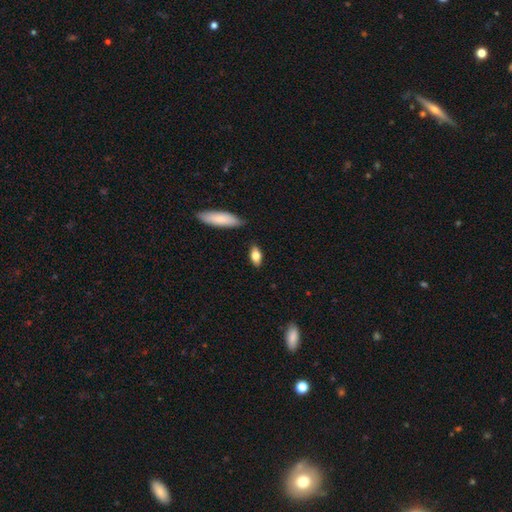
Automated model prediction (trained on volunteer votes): This is likely a smooth galaxy (74%). How rounded: clearly in between (80%). Merging: clearly none (83%).